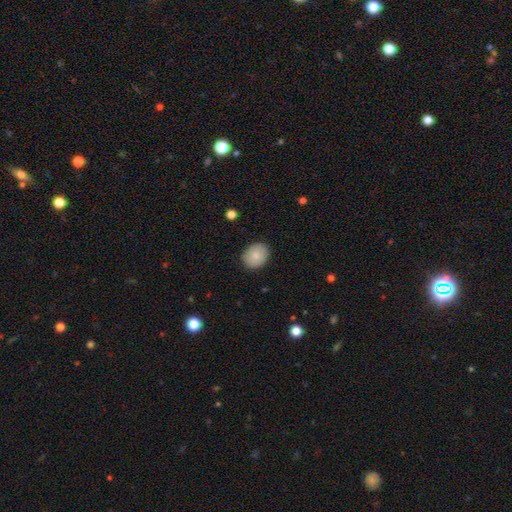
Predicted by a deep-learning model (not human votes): Smooth or featured? Predicted: smooth (p=0.88). How rounded? Predicted: in between (p=0.51). Merging? Predicted: none (p=0.87).